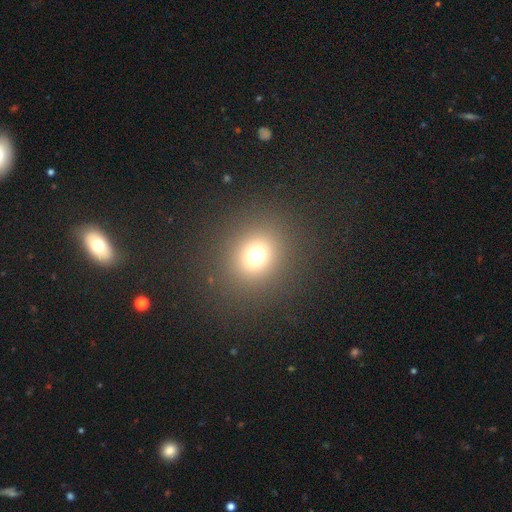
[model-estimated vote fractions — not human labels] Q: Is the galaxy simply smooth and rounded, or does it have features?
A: smooth — 70%.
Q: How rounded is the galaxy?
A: round — 83%.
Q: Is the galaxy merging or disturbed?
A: none — 87%.